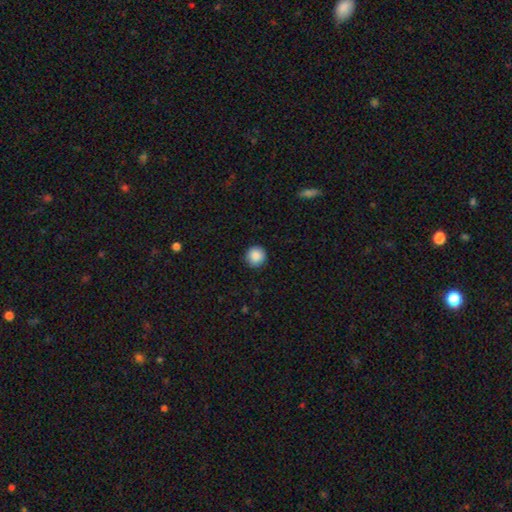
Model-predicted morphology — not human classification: Smooth or featured?
  - smooth: 88% *
  - star or artifact: 8%
  - featured or disk: 4%
How rounded?
  - round: 95% *
  - in between: 4%
  - cigar-shaped: 1%
Merging?
  - none: 91% *
  - minor disturbance: 7%
  - major disturbance: 2%
  - merger: 1%